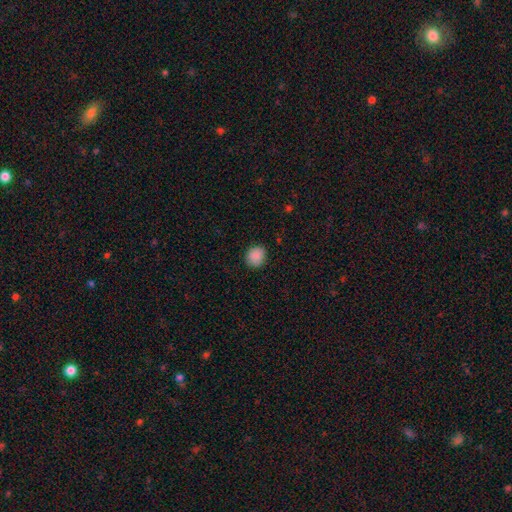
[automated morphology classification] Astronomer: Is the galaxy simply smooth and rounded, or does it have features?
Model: smooth — 89%.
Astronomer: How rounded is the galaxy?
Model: round — 77%.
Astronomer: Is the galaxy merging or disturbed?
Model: none — 88%.